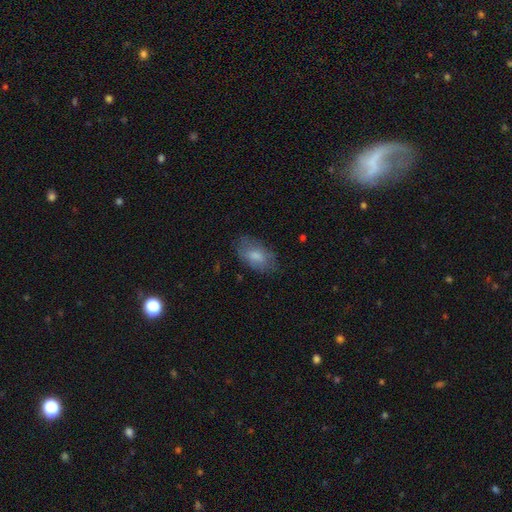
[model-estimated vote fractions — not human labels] A smooth galaxy with no disk features (74%) that is in between round and cigar-shaped (92%). Merging: none (70%).